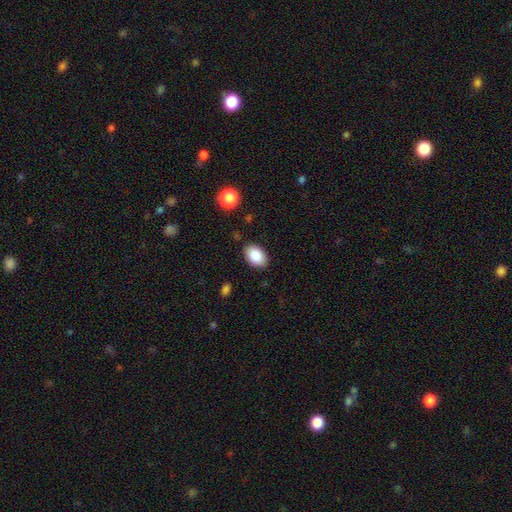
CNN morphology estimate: This is clearly a smooth galaxy (86%). How rounded: clearly in between (90%). Merging: clearly none (86%).